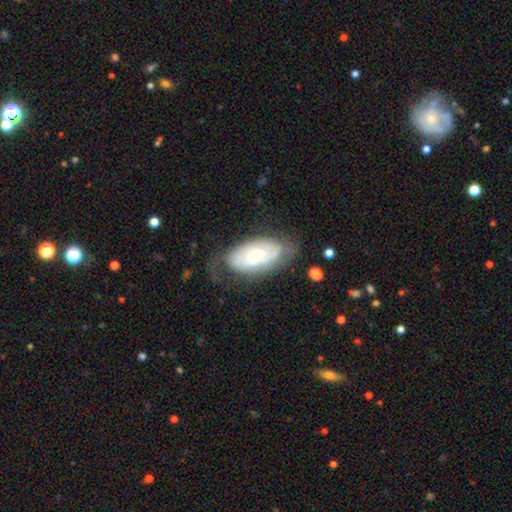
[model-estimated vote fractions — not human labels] Overall: featured or disk (56%; smooth 37%). Edge-on disk: no (90%). Bar: no (75%). Spiral arms: yes (63%; no 37%). Bulge size: moderate (50%; small 43%). Merging: none (53%; minor disturbance 27%).